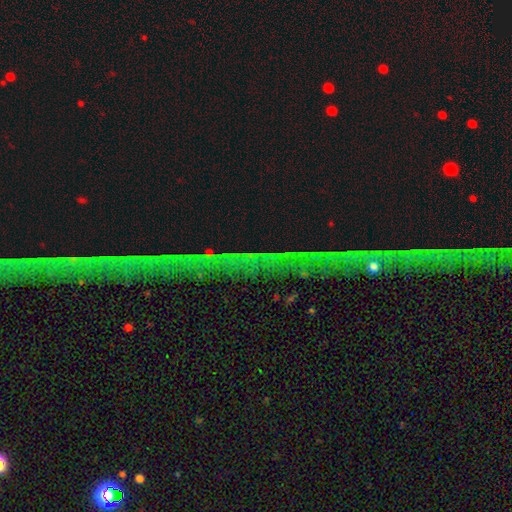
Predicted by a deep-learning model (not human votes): A star or artifact, not a galaxy (85%).